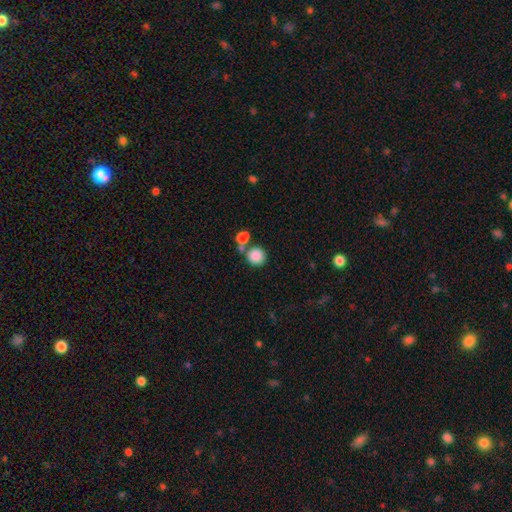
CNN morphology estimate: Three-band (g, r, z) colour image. It shows a smooth galaxy with no disk features (86%) that is round (90%). Merging: none (64%).